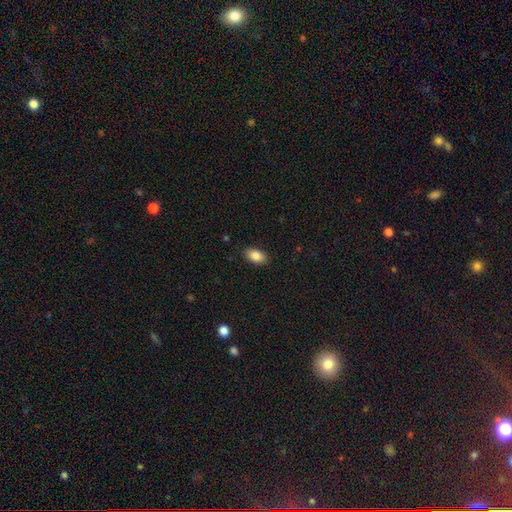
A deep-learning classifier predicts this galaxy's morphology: Q: Smooth or featured?
A: smooth (85%); runner-up: star or artifact (8%)
Q: How rounded?
A: in between (92%); runner-up: round (5%)
Q: Merging?
A: none (88%); runner-up: minor disturbance (9%)